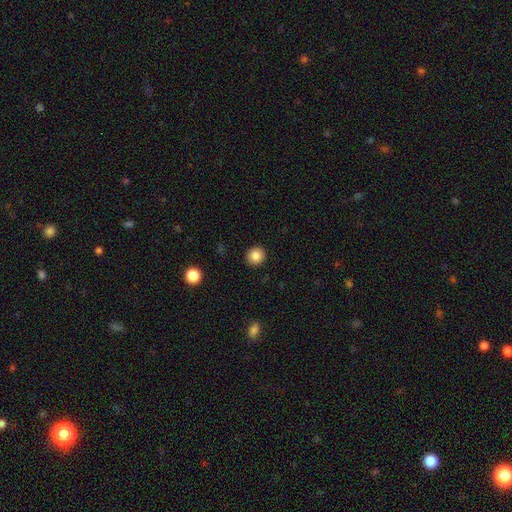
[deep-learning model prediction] smooth_or_featured: smooth (p=0.84) [alt: star or artifact p=0.10]
how_rounded: round (p=0.90) [alt: in between p=0.09]
merging: none (p=0.92) [alt: minor disturbance p=0.05]